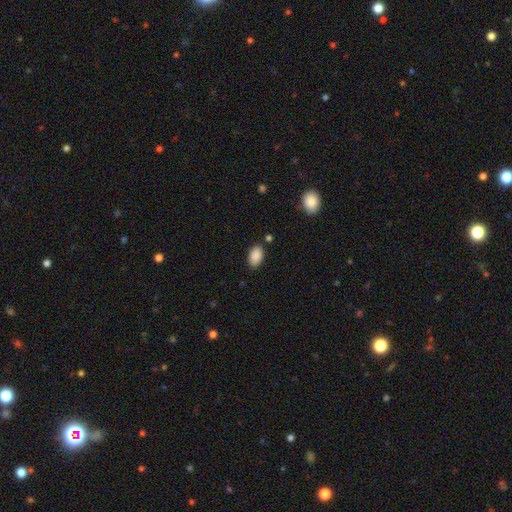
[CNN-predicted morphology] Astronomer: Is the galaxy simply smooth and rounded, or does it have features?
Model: smooth — 89%.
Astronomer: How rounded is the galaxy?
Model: in between — 93%.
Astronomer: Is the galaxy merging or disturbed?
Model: none — 83%.